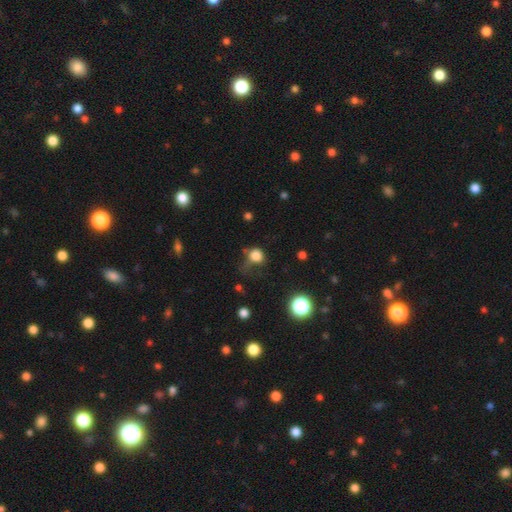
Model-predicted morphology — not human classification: Q: Smooth or featured?
A: smooth (80%); runner-up: star or artifact (13%)
Q: How rounded?
A: round (79%); runner-up: in between (20%)
Q: Merging?
A: none (45%); runner-up: minor disturbance (26%)